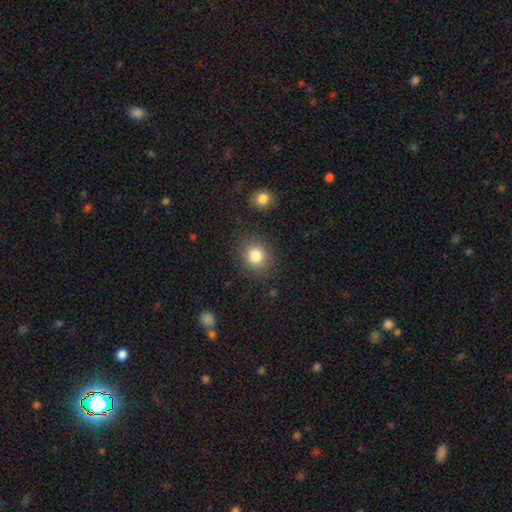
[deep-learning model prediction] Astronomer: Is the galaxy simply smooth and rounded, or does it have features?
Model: smooth — 83%.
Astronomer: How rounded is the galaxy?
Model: round — 78%.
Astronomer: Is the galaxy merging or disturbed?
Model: none — 84%.